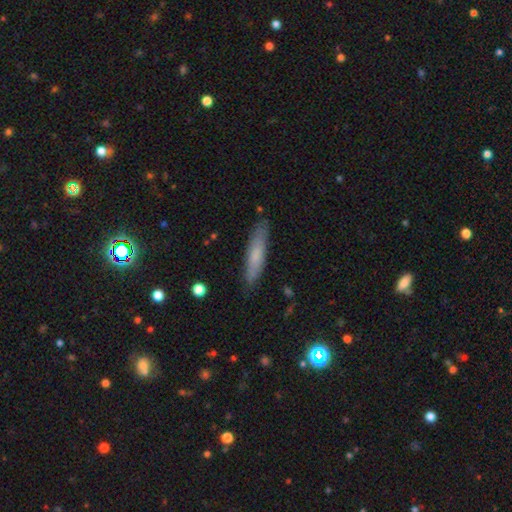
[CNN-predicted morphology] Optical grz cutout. It shows a smooth galaxy with no disk features (69%) that is cigar-shaped (85%). Merging: none (85%).